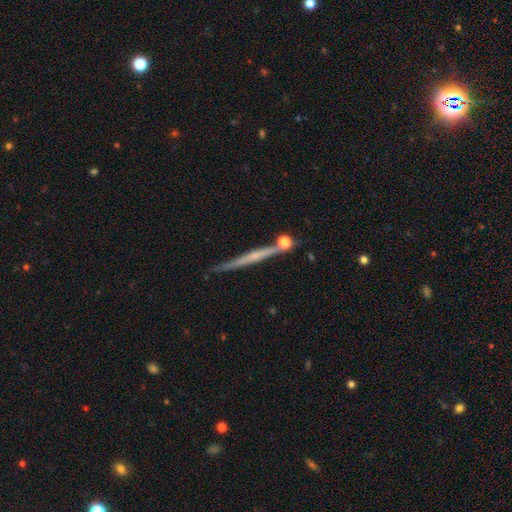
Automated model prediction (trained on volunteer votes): A featured or disk galaxy (63%) viewed edge-on (97%) with no central bulge (65%). Merging: none (79%).